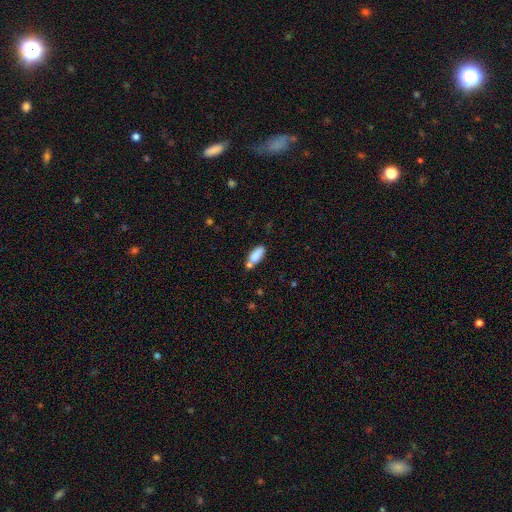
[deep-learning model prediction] Smooth or featured? smooth (85%)
How rounded? in between (76%)
Merging? none (57%)